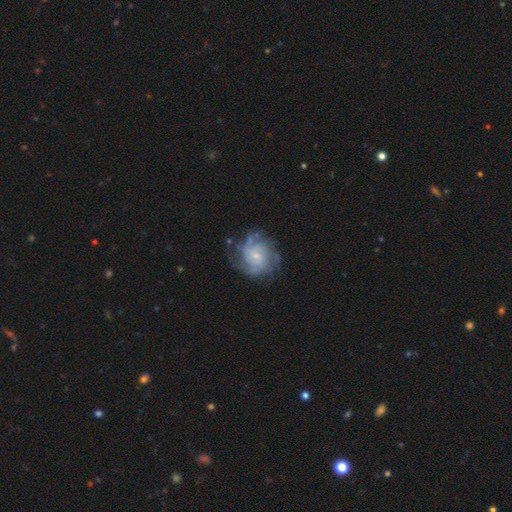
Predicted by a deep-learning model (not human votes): Smooth or featured? featured or disk (78%)
Edge-on disk? no (98%)
Bar? no (60%)
Spiral arms? yes (91%)
Spiral winding? tight (55%)
Spiral arm count? can't tell (41%)
Bulge size? small (65%)
Merging? none (67%)